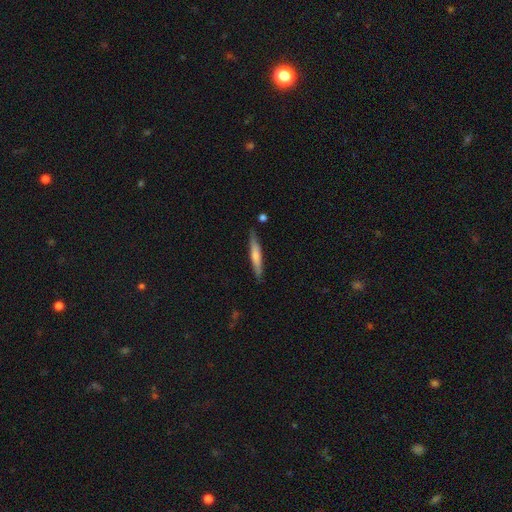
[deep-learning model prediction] Q: Smooth or featured?
A: smooth (55%); runner-up: featured or disk (39%)
Q: How rounded?
A: cigar-shaped (93%); runner-up: in between (6%)
Q: Merging?
A: none (84%); runner-up: minor disturbance (11%)